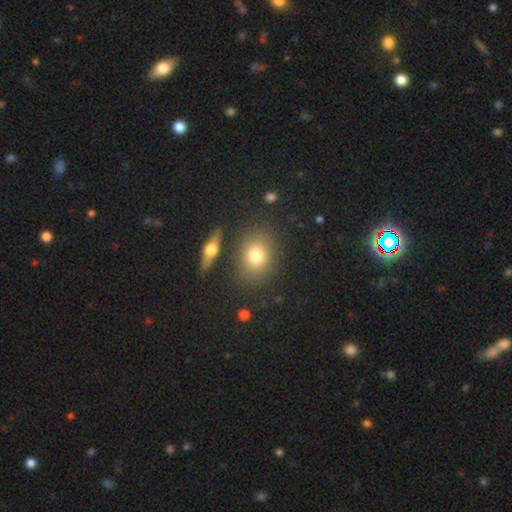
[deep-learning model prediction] Smooth or featured?
  - smooth: 73% *
  - featured or disk: 16%
  - star or artifact: 11%
How rounded?
  - in between: 54% *
  - round: 43%
  - cigar-shaped: 3%
Merging?
  - none: 81% *
  - minor disturbance: 10%
  - merger: 6%
  - major disturbance: 4%